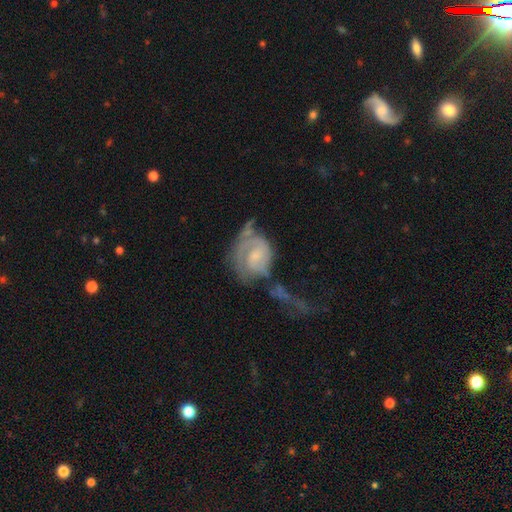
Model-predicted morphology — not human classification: This is likely a featured or disk galaxy (76%). It is clearly not viewed edge-on (97%). Bar: possibly no (50%). Spiral arm pattern: clearly yes (89%). Spiral arm count: possibly 2 (45%). Spiral winding: possibly tight (53%). Central bulge: possibly small (51%). Merging: marginally major disturbance (32%).